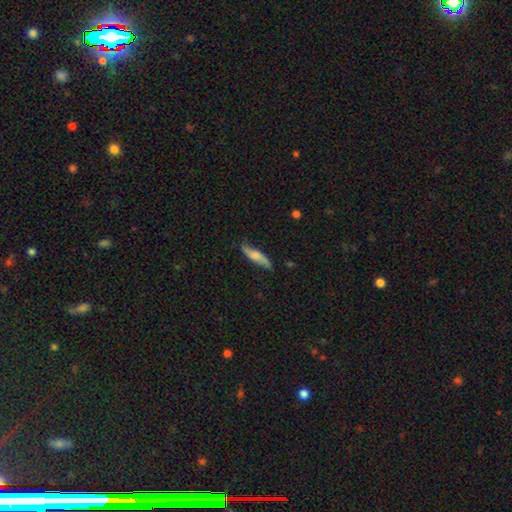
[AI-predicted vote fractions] smooth 55%, featured or disk 39%, star or artifact 6%. Down the decision tree: how rounded — cigar-shaped (70%); merging — none (74%).